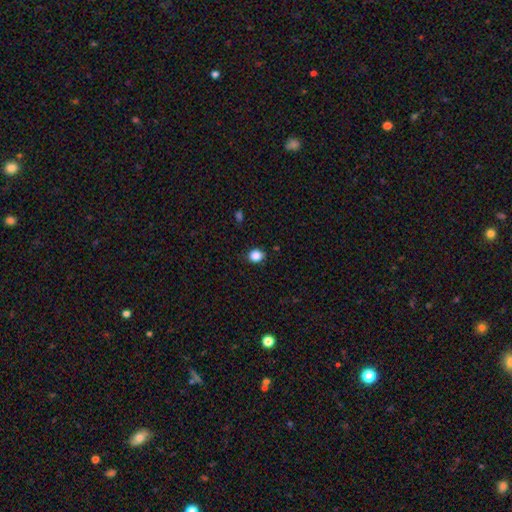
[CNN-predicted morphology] smooth-or-featured: smooth: 86% | star or artifact: 10% | featured or disk: 3%
  how-rounded: round: 67% | in between: 32% | cigar-shaped: 1%
  merging: none: 85% | minor disturbance: 11% | major disturbance: 2% | merger: 1%